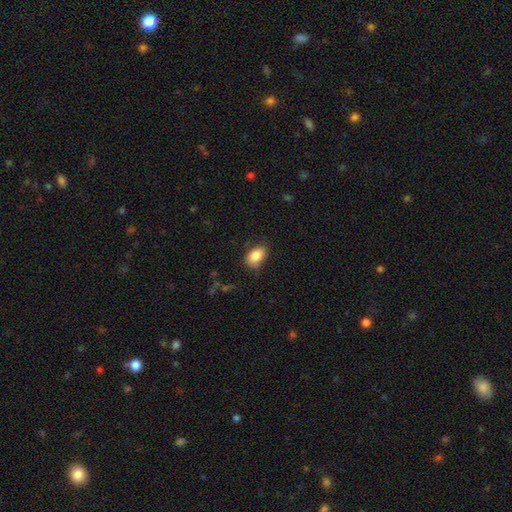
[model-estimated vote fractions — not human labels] Overall: smooth (86%). How rounded: in between (88%). Merging: none (74%).